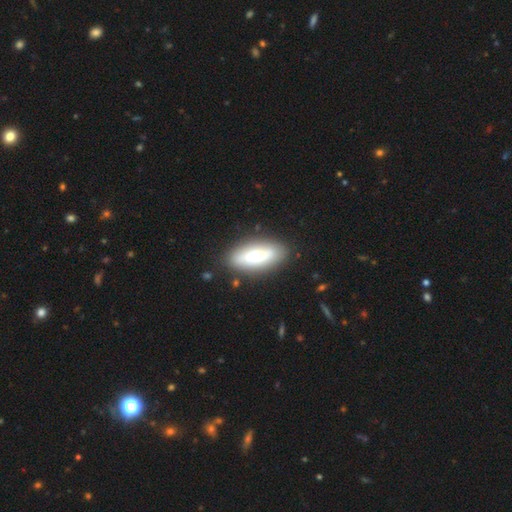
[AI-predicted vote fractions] smooth-or-featured: smooth: 62% | featured or disk: 32% | star or artifact: 7%
  how-rounded: in between: 77% | cigar-shaped: 20% | round: 2%
  merging: none: 84% | minor disturbance: 11% | major disturbance: 3% | merger: 2%